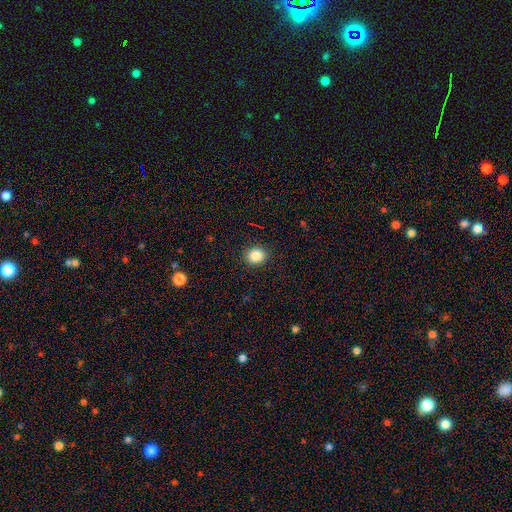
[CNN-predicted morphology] A smooth galaxy with no disk features (85%) that is round (75%).

Vote fractions:
- Smooth or featured? smooth: 85% / star or artifact: 10% / featured or disk: 5%
- How rounded? round: 75% / in between: 25% / cigar-shaped: 1%
- Merging? none: 90% / minor disturbance: 7% / major disturbance: 2% / merger: 1%